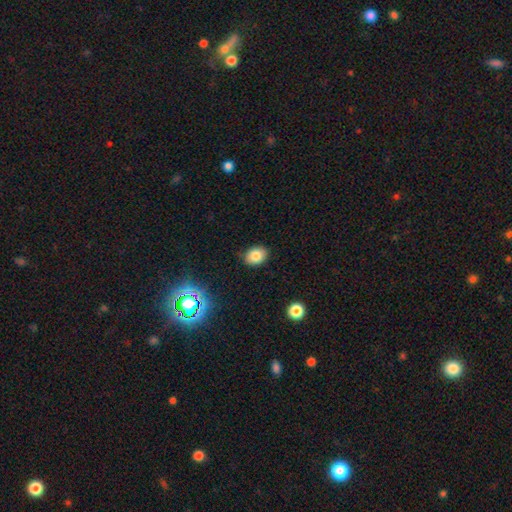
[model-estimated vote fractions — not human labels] This appears to be a smooth galaxy with no disk features (83%) that is in between round and cigar-shaped (68%). Merging: none (84%).